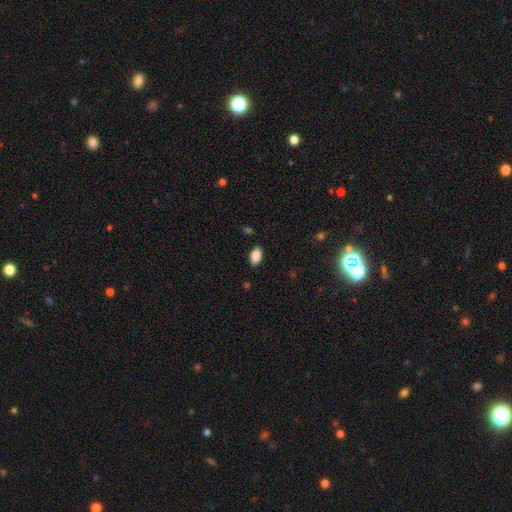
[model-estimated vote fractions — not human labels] smooth-or-featured: smooth: 88% | star or artifact: 8% | featured or disk: 5%
  how-rounded: in between: 93% | round: 4% | cigar-shaped: 3%
  merging: none: 87% | minor disturbance: 9% | major disturbance: 2% | merger: 1%